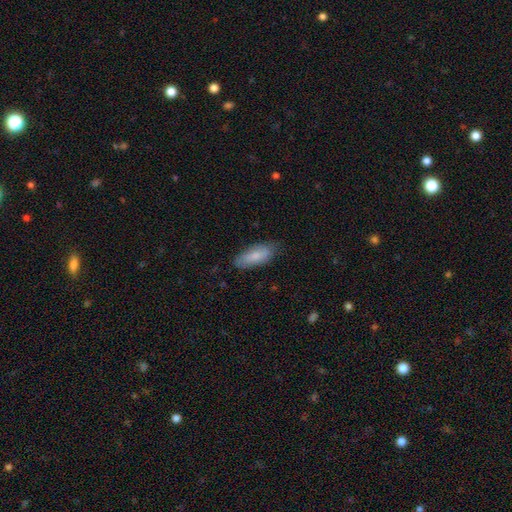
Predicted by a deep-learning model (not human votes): Q: Smooth or featured?
A: smooth (80%); runner-up: featured or disk (15%)
Q: How rounded?
A: in between (74%); runner-up: cigar-shaped (24%)
Q: Merging?
A: none (77%); runner-up: minor disturbance (18%)